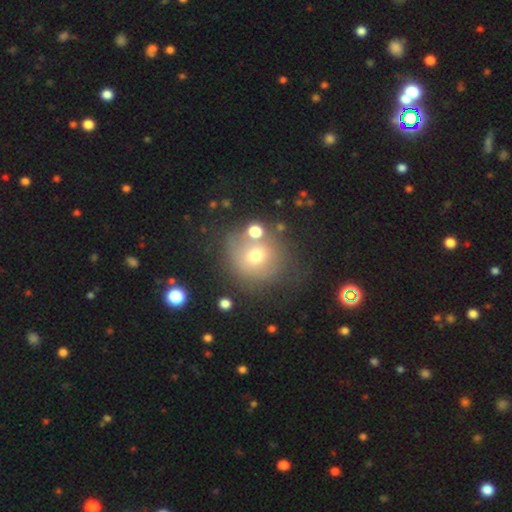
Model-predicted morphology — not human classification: smooth 63%, featured or disk 21%, star or artifact 16%. Down the decision tree: how rounded — round (85%); merging — none (59%).